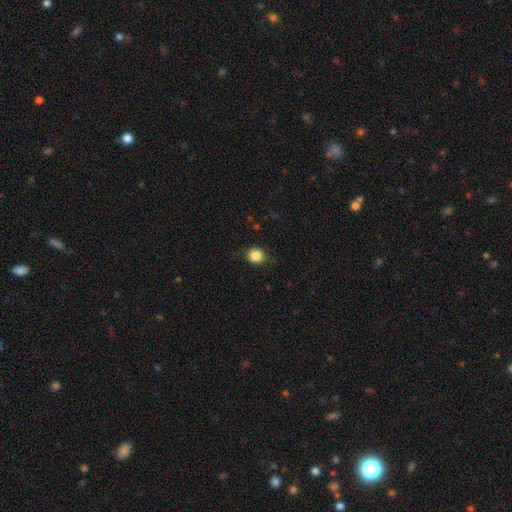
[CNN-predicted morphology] Overall: smooth (86%). How rounded: round (78%). Merging: none (85%).